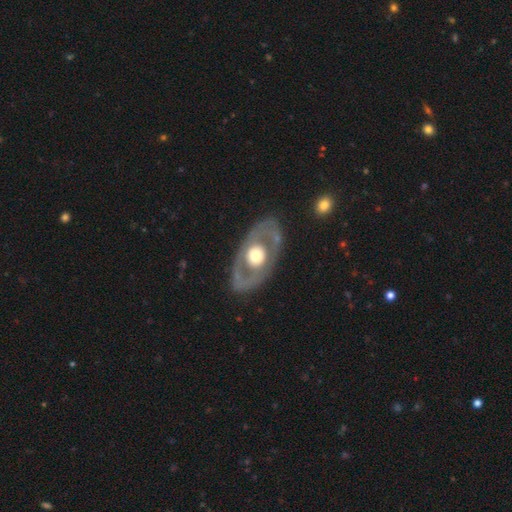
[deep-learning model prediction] Smooth or featured: featured or disk — 66% (smooth — 29%)
Edge-on disk: no — 90% (yes — 10%)
Bar: no — 87% (weak — 9%)
Spiral arms: no — 80% (yes — 20%)
Bulge size: moderate — 54% (large — 37%)
Merging: none — 80% (minor disturbance — 11%)